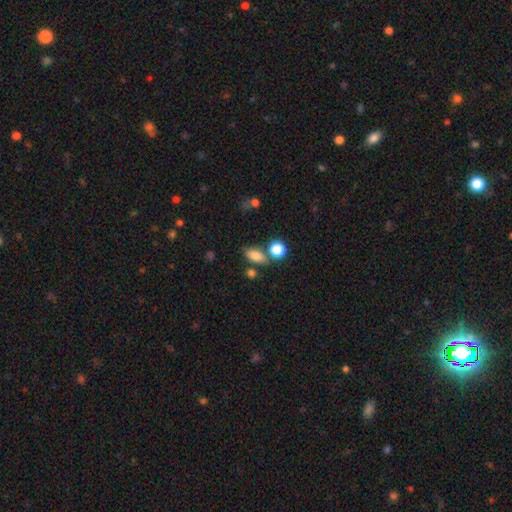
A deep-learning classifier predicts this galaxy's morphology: smooth-or-featured: smooth: 80% | star or artifact: 11% | featured or disk: 9%
  how-rounded: in between: 80% | round: 12% | cigar-shaped: 8%
  merging: none: 67% | merger: 15% | minor disturbance: 13% | major disturbance: 5%